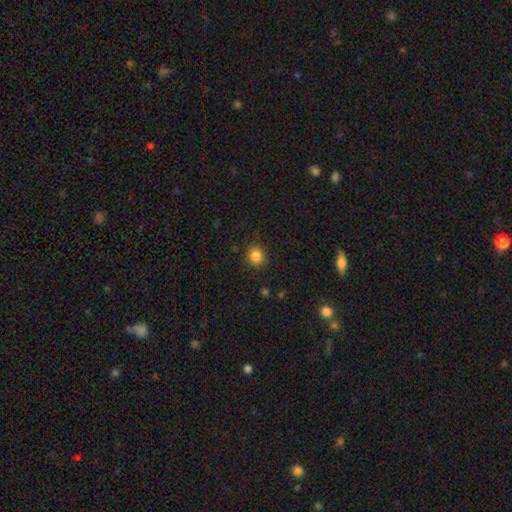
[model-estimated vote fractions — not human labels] Smooth or featured: smooth — 84% (star or artifact — 11%)
How rounded: round — 81% (in between — 18%)
Merging: none — 89% (minor disturbance — 7%)